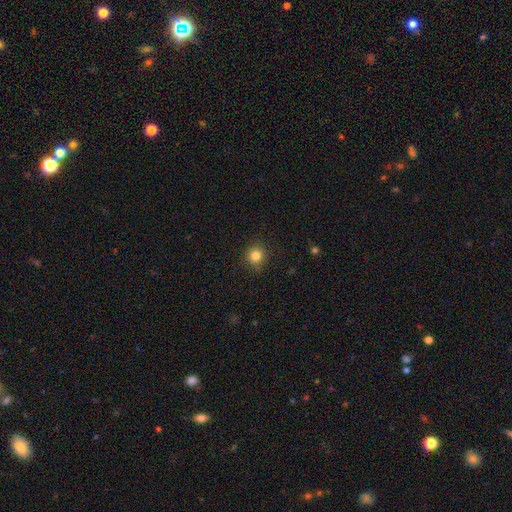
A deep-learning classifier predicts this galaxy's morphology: Smooth or featured? Predicted: smooth (p=0.83). How rounded? Predicted: round (p=0.91). Merging? Predicted: none (p=0.89).